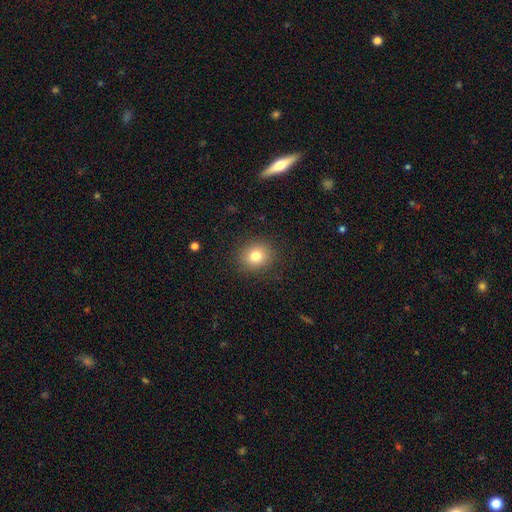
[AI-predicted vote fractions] This is likely a smooth galaxy (79%). How rounded: clearly round (83%). Merging: clearly none (89%).